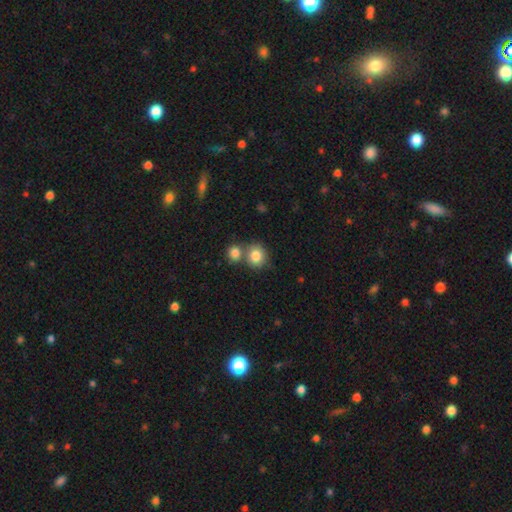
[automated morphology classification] Smooth or featured: smooth — 83% (star or artifact — 9%)
How rounded: round — 81% (in between — 18%)
Merging: none — 51% (merger — 37%)